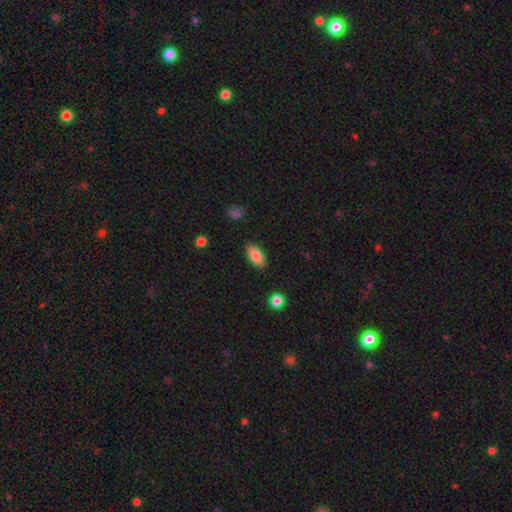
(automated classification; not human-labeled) Smooth or featured?
  - smooth: 86% *
  - featured or disk: 7%
  - star or artifact: 7%
How rounded?
  - in between: 91% *
  - cigar-shaped: 6%
  - round: 3%
Merging?
  - none: 87% *
  - minor disturbance: 10%
  - major disturbance: 2%
  - merger: 1%